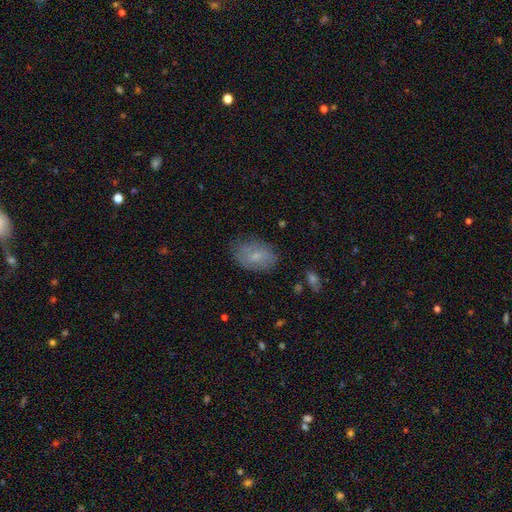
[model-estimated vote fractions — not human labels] Overall: smooth (70%). How rounded: in between (87%). Merging: none (75%).